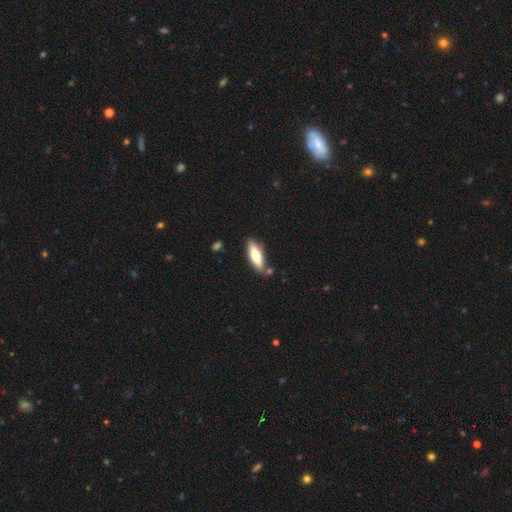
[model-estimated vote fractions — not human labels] smooth 66%, featured or disk 29%, star or artifact 6%. Down the decision tree: how rounded — in between (54%); merging — none (80%).